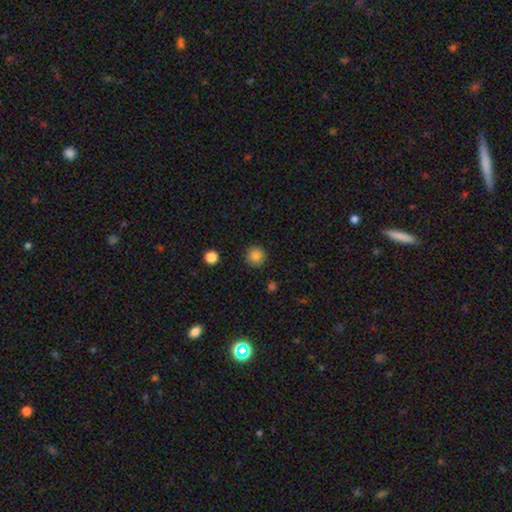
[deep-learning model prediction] smooth-or-featured: smooth: 85% | star or artifact: 10% | featured or disk: 5%
  how-rounded: round: 95% | in between: 4% | cigar-shaped: 1%
  merging: none: 89% | minor disturbance: 7% | major disturbance: 2% | merger: 1%